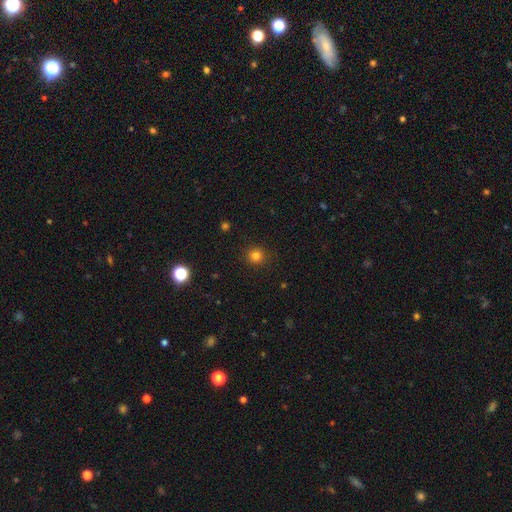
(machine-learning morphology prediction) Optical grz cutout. It shows a smooth galaxy with no disk features (81%) that is round (92%). Merging: none (90%).